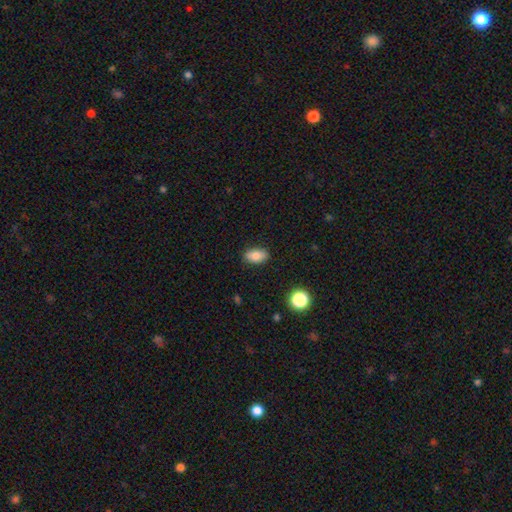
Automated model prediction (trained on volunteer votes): Q: Smooth or featured?
A: smooth (83%); runner-up: star or artifact (9%)
Q: How rounded?
A: in between (90%); runner-up: round (7%)
Q: Merging?
A: none (86%); runner-up: minor disturbance (10%)